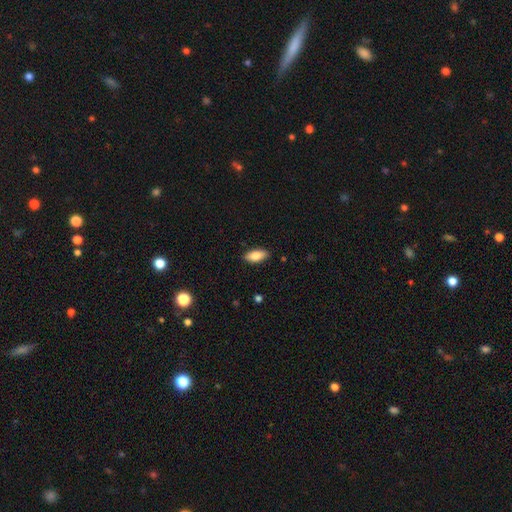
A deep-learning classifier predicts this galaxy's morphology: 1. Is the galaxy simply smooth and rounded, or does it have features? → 85% smooth, 9% featured or disk, 6% star or artifact.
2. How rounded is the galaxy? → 85% in between, 13% cigar-shaped, 2% round.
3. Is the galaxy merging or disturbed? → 88% none, 9% minor disturbance, 2% major disturbance, 1% merger.